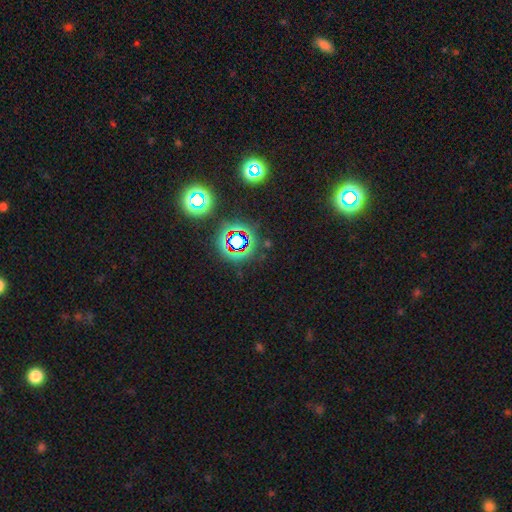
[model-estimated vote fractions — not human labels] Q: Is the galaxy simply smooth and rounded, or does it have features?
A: star or artifact — 75%.